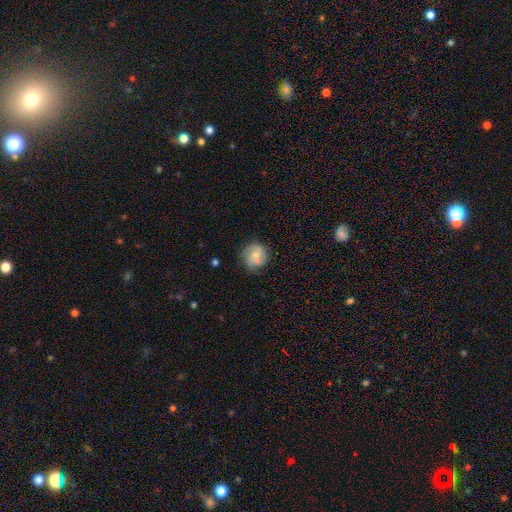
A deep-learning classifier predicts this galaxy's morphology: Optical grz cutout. It shows a smooth galaxy with no disk features (65%) that is round (87%). Merging: none (73%).